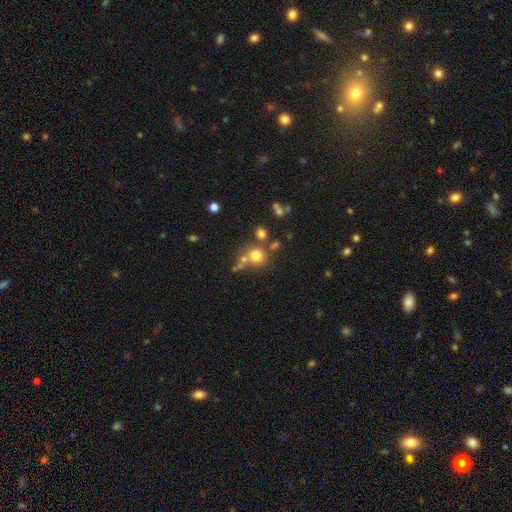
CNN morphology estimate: The model was most divided on "merging": none: 59%, merger: 24%, minor disturbance: 11%, major disturbance: 6%. More confident: how rounded — round (87%); smooth or featured — smooth (73%).